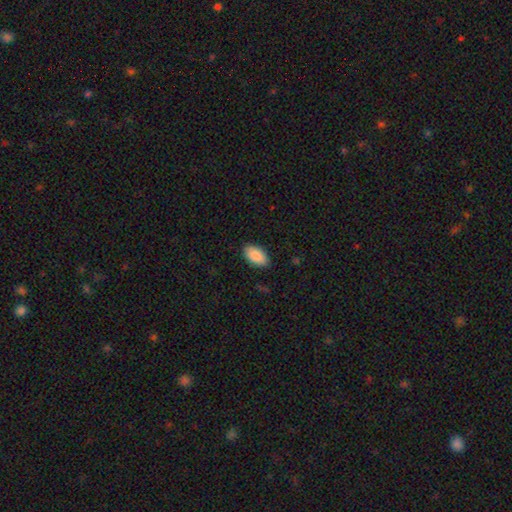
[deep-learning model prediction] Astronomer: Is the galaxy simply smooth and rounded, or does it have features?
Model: smooth — 89%.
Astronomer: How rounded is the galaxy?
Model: in between — 95%.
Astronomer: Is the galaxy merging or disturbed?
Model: none — 87%.